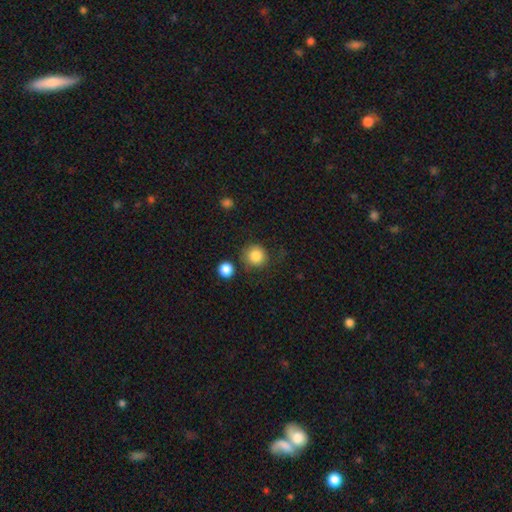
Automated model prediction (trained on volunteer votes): Smooth or featured?
  - smooth: 85% *
  - star or artifact: 9%
  - featured or disk: 5%
How rounded?
  - round: 92% *
  - in between: 7%
  - cigar-shaped: 1%
Merging?
  - none: 75% *
  - minor disturbance: 13%
  - merger: 7%
  - major disturbance: 5%